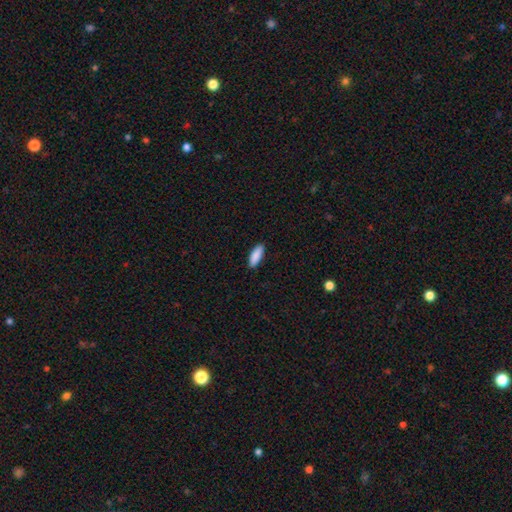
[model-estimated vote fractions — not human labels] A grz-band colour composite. It shows a smooth galaxy with no disk features (90%) that is in between round and cigar-shaped (70%). Merging: none (89%).